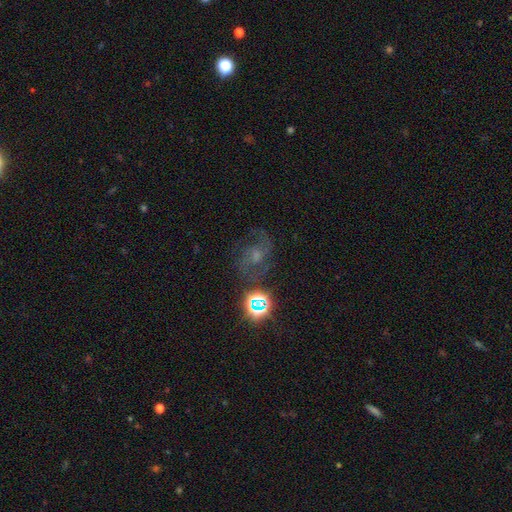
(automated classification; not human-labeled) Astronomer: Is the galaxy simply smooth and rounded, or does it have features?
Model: featured or disk — 57%.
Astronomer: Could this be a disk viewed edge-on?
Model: no — 97%.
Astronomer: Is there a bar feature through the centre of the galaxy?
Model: no — 57% (runner-up: weak, 35%).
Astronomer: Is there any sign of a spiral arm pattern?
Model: yes — 87%.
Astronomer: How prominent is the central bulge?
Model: moderate — 37% (runner-up: small, 34%).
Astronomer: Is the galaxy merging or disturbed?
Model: none — 58%.